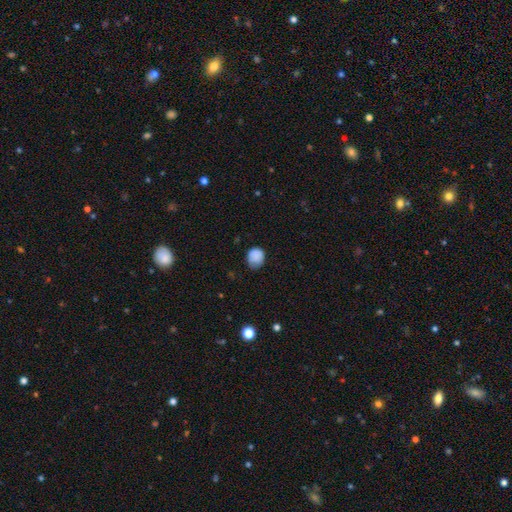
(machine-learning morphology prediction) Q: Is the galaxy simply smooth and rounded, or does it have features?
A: smooth — 85%.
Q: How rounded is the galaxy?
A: round — 73%.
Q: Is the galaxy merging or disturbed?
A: none — 66%.